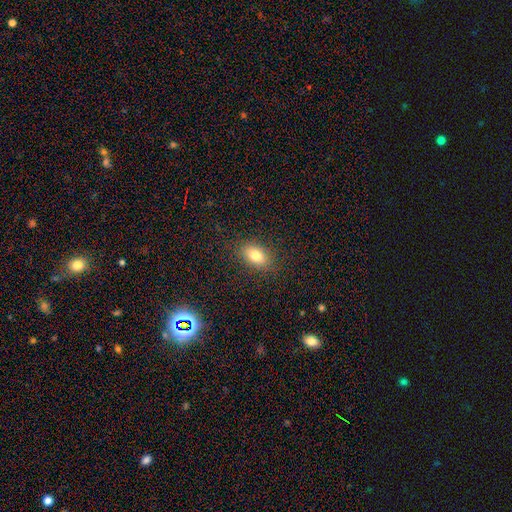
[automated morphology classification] Smooth or featured?
  - smooth: 79% *
  - featured or disk: 10%
  - star or artifact: 10%
How rounded?
  - in between: 86% *
  - round: 10%
  - cigar-shaped: 4%
Merging?
  - none: 86% *
  - minor disturbance: 10%
  - major disturbance: 3%
  - merger: 1%